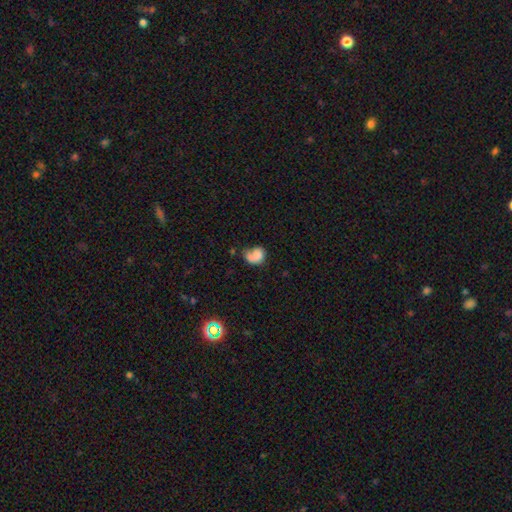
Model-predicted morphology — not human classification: Smooth or featured: smooth — 62% (featured or disk — 27%)
How rounded: in between — 51% (round — 48%)
Merging: none — 33% (major disturbance — 29%)